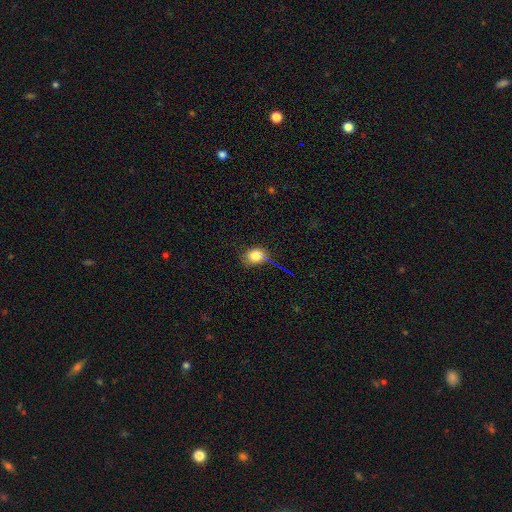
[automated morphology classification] A smooth galaxy with no disk features (76%) that is round (53%). Merging: none (53%).